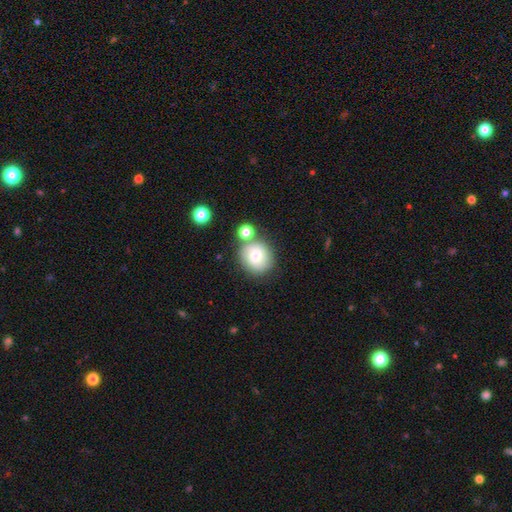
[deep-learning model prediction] This is likely a smooth galaxy (72%). How rounded: clearly round (82%). Merging: likely none (64%).